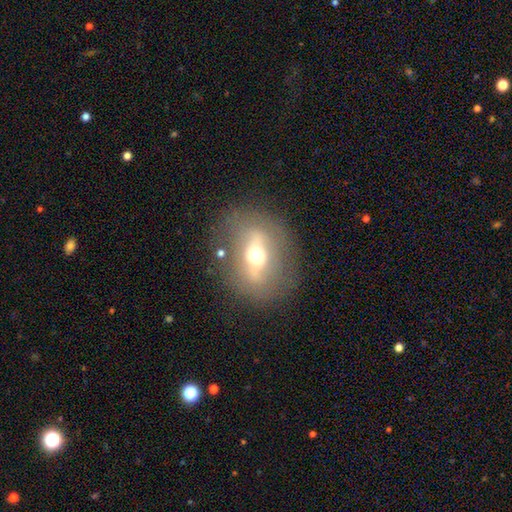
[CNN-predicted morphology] Overall: featured or disk (62%; smooth 29%). Edge-on disk: no (68%; yes 32%). Merging: none (80%).